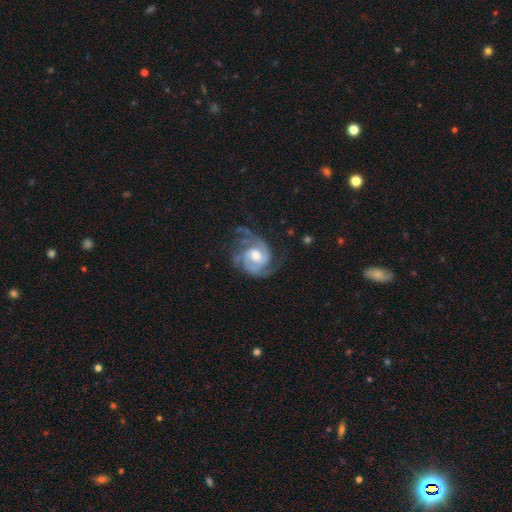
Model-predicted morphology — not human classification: Overall: featured or disk (90%). Edge-on disk: no (98%). Bar: no (48%; weak 42%). Spiral arms: yes (98%). Spiral arm count: 2 (61%). Spiral winding: medium (45%; tight 44%). Bulge size: moderate (66%). Merging: none (63%).